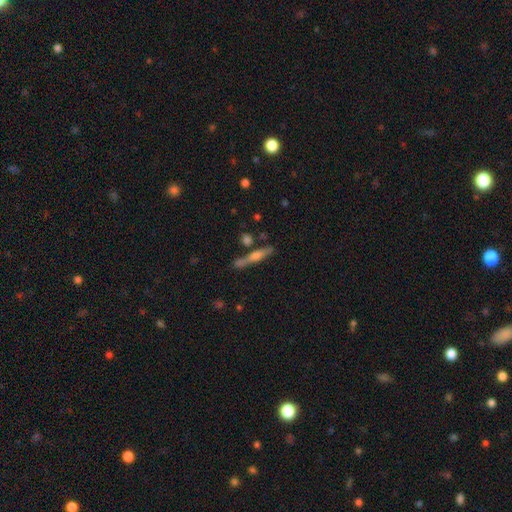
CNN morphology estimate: Q: Smooth or featured?
A: featured or disk (60%); runner-up: smooth (32%)
Q: Edge-on disk?
A: yes (94%); runner-up: no (6%)
Q: Edge-on bulge?
A: rounded (81%); runner-up: none (10%)
Q: Merging?
A: none (72%); runner-up: minor disturbance (13%)